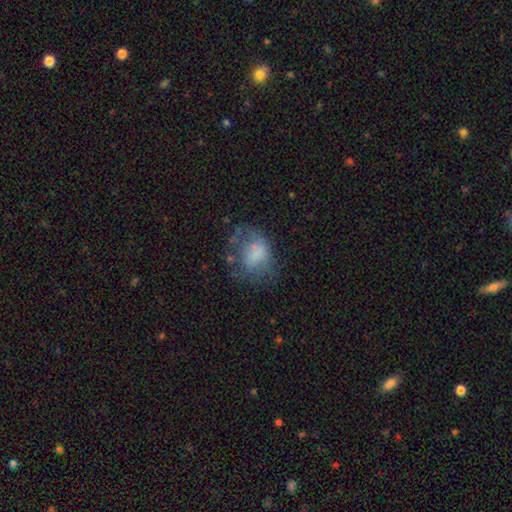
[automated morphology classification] Overall: smooth (57%; featured or disk 31%). How rounded: in between (58%; round 41%). Merging: none (37%; major disturbance 34%).